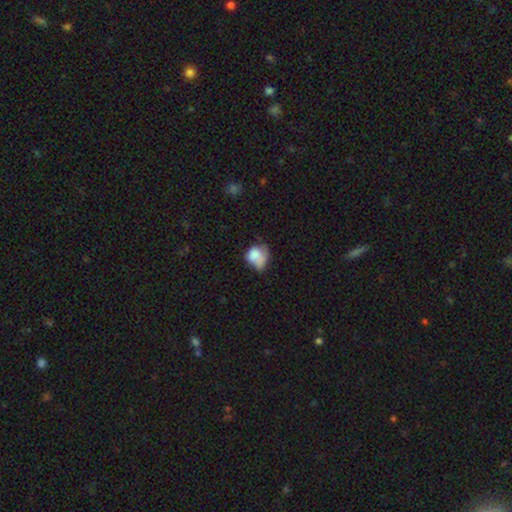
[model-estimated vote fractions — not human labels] A smooth galaxy with no disk features (76%) that is round (55%). Merging: minor disturbance (35%).